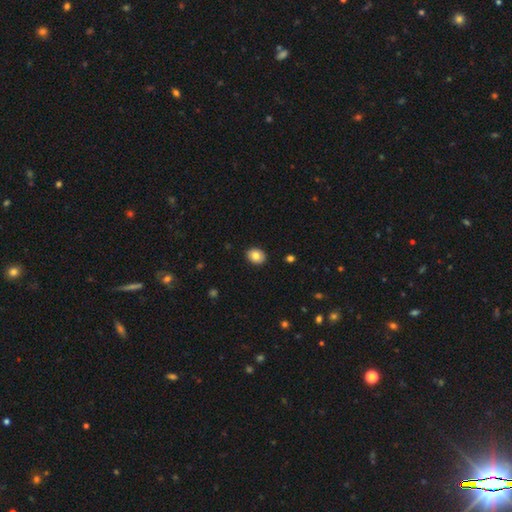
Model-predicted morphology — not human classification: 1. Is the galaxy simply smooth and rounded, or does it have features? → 81% smooth, 11% featured or disk, 8% star or artifact.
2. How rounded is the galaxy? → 56% in between, 43% round, 1% cigar-shaped.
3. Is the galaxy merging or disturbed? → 90% none, 7% minor disturbance, 2% major disturbance, 1% merger.